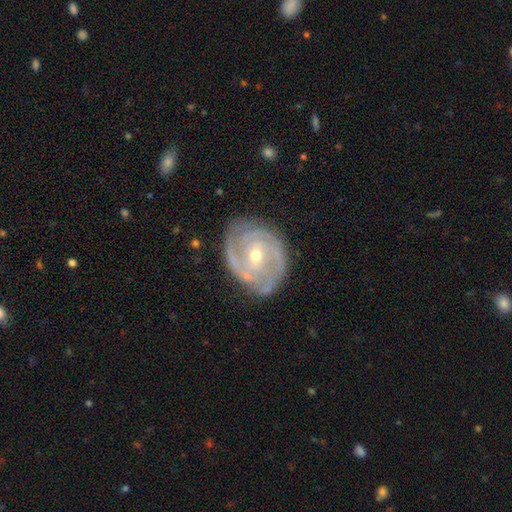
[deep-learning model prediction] Morphology: type=featured or disk (89%); edge-on=no (97%); bar=no (48%); spiral arms=yes (97%); winding=tight (68%); arm count=3 (36%); bulge=small (49%, tied with moderate); merging=none (78%).